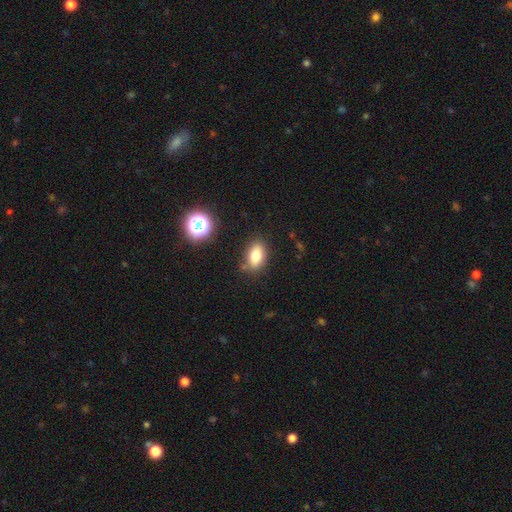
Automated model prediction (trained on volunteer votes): Smooth or featured? Predicted: smooth (p=0.76). How rounded? Predicted: in between (p=0.85). Merging? Predicted: none (p=0.79).